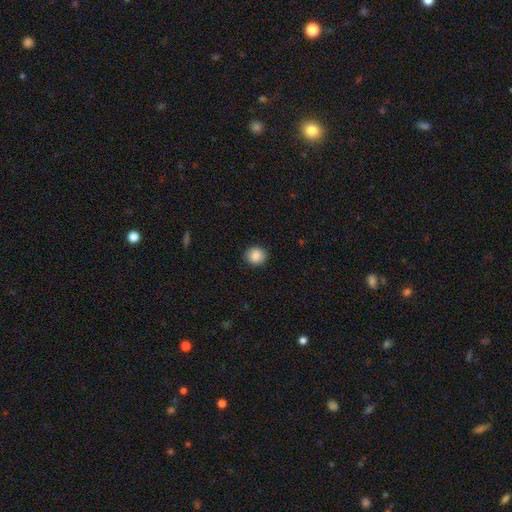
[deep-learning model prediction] This appears to be a smooth galaxy with no disk features (88%) that is round (86%). Merging: none (91%).